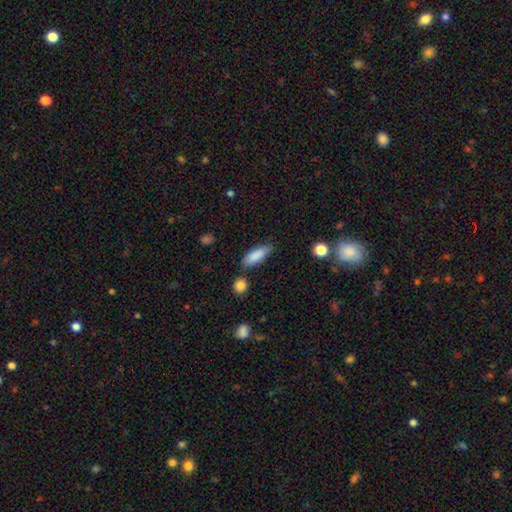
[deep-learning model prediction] A smooth galaxy with no disk features (86%) that is in between round and cigar-shaped (63%).

Vote fractions:
- Smooth or featured? smooth: 86% / featured or disk: 8% / star or artifact: 7%
- How rounded? in between: 63% / cigar-shaped: 35% / round: 2%
- Merging? none: 76% / minor disturbance: 15% / merger: 6% / major disturbance: 3%